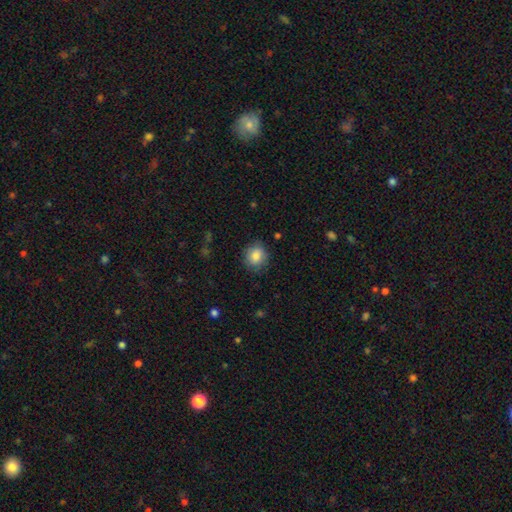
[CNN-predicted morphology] This is clearly a smooth galaxy (85%). How rounded: likely round (72%). Merging: clearly none (81%).